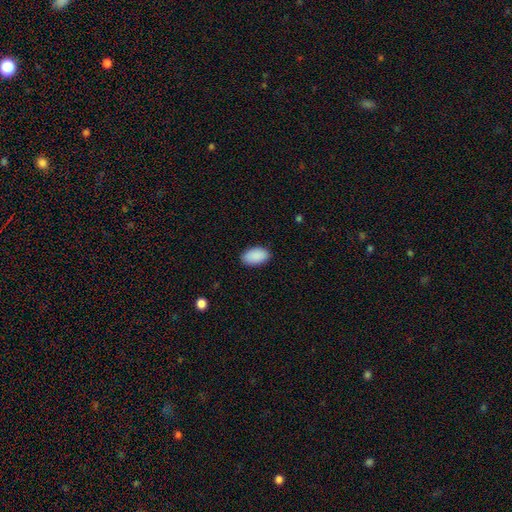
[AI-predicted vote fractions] Q: Smooth or featured?
A: smooth (91%); runner-up: star or artifact (6%)
Q: How rounded?
A: in between (95%); runner-up: round (3%)
Q: Merging?
A: none (87%); runner-up: minor disturbance (10%)